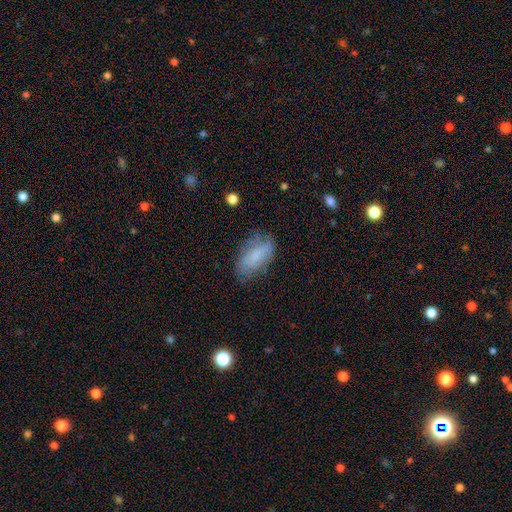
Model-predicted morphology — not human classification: A smooth galaxy with no disk features (71%) that is in between round and cigar-shaped (89%). Merging: none (59%).